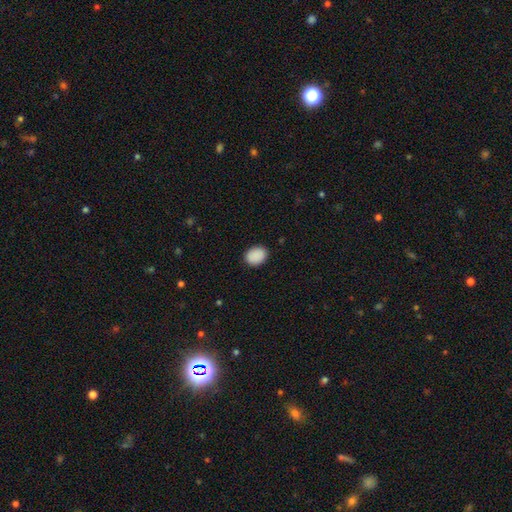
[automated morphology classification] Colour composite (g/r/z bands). It shows a smooth galaxy with no disk features (90%) that is in between round and cigar-shaped (57%). Merging: none (88%).